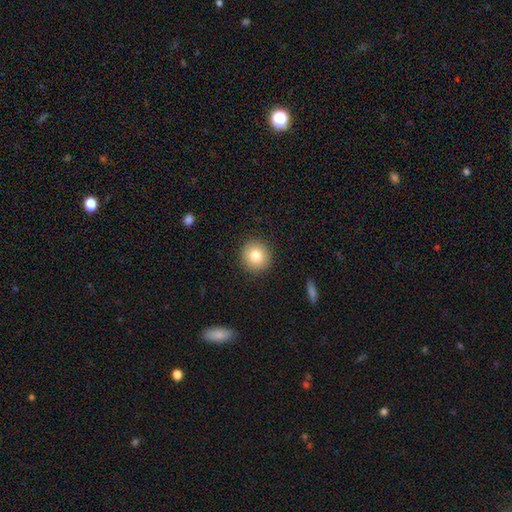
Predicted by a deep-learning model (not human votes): A smooth galaxy with no disk features (80%) that is round (93%). Merging: none (91%).